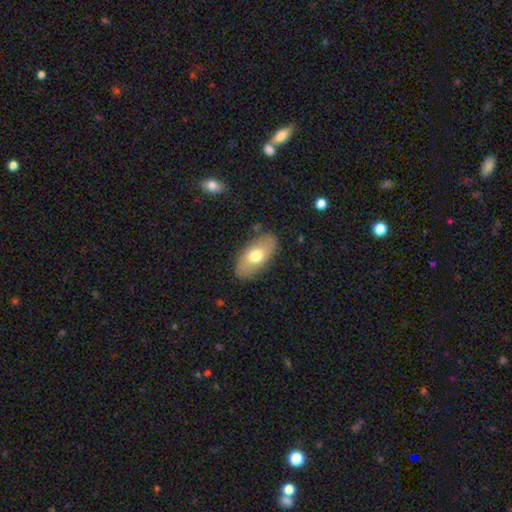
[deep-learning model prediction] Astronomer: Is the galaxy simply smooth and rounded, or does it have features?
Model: smooth — 67%.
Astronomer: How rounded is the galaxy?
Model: in between — 92%.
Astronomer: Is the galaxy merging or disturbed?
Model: none — 83%.